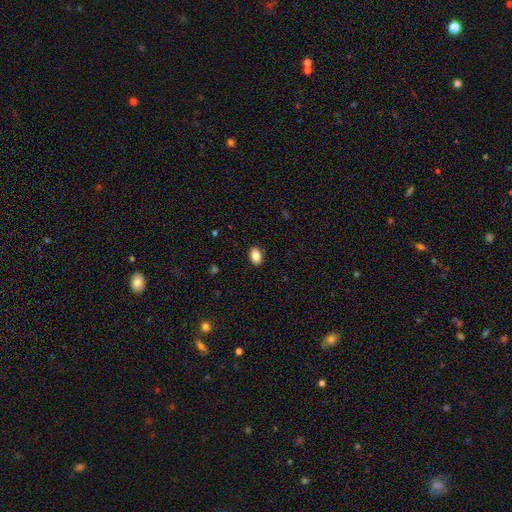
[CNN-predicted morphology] smooth-or-featured: smooth: 86% | star or artifact: 8% | featured or disk: 6%
  how-rounded: in between: 85% | round: 14% | cigar-shaped: 1%
  merging: none: 89% | minor disturbance: 8% | major disturbance: 2% | merger: 1%